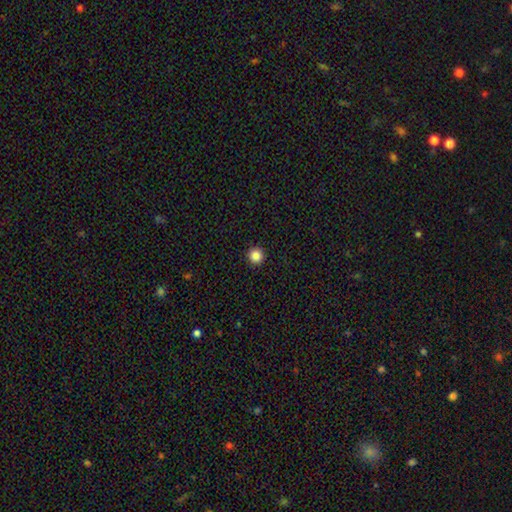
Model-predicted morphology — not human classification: This is clearly a smooth galaxy (86%). How rounded: clearly round (96%). Merging: clearly none (93%).